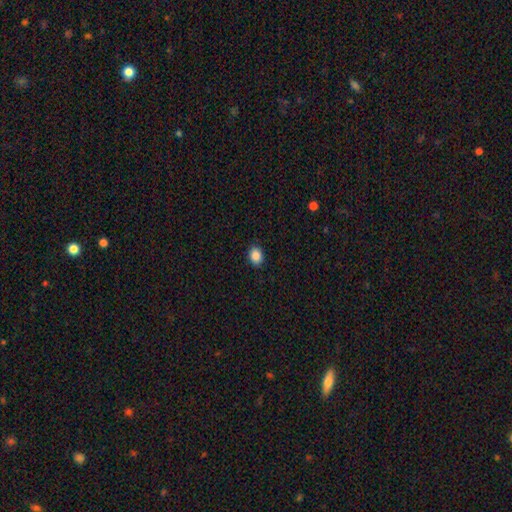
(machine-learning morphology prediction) type=smooth (88%); roundness=in between (54%); merging=none (90%).